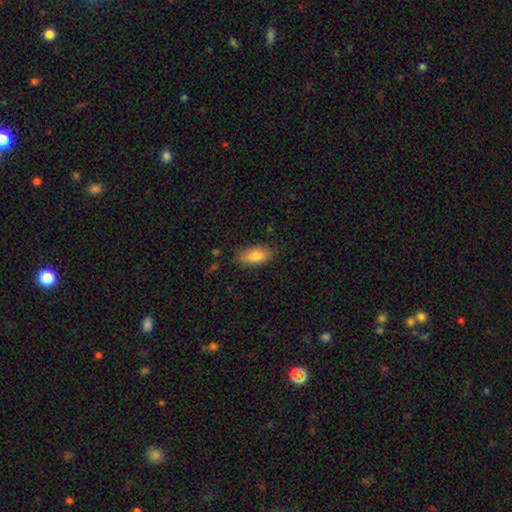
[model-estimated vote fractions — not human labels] Smooth or featured: smooth — 79% (featured or disk — 14%)
How rounded: in between — 86% (cigar-shaped — 10%)
Merging: none — 83% (minor disturbance — 13%)